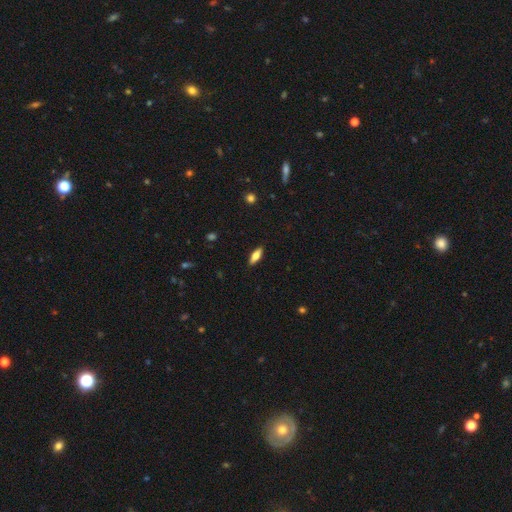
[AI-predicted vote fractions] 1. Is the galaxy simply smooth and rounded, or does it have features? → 67% smooth, 26% featured or disk, 7% star or artifact.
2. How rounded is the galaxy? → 66% in between, 31% cigar-shaped, 2% round.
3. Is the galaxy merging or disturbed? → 89% none, 8% minor disturbance, 2% major disturbance, 1% merger.